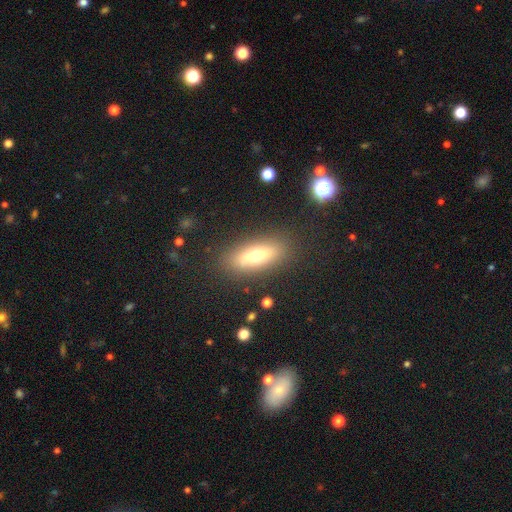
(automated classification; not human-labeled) Overall: smooth (59%; featured or disk 32%). How rounded: in between (64%; cigar-shaped 32%). Merging: none (84%).